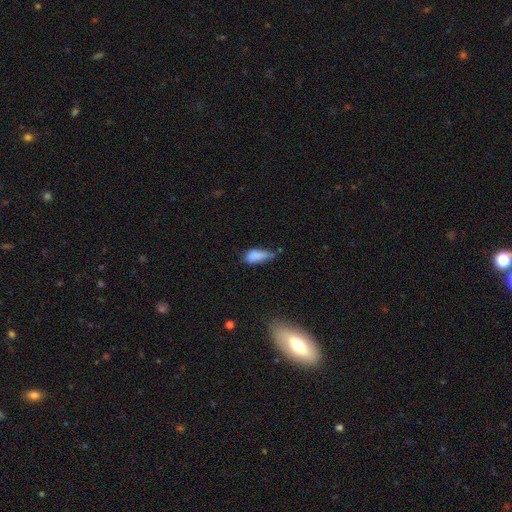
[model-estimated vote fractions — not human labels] smooth 79%, featured or disk 11%, star or artifact 10%. Down the decision tree: how rounded — in between (81%); merging — minor disturbance (43%).